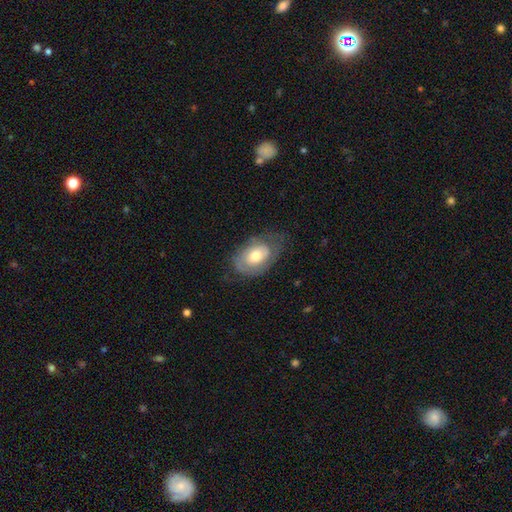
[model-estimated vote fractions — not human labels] Morphology: type=smooth (54%); roundness=in between (86%); merging=none (59%).